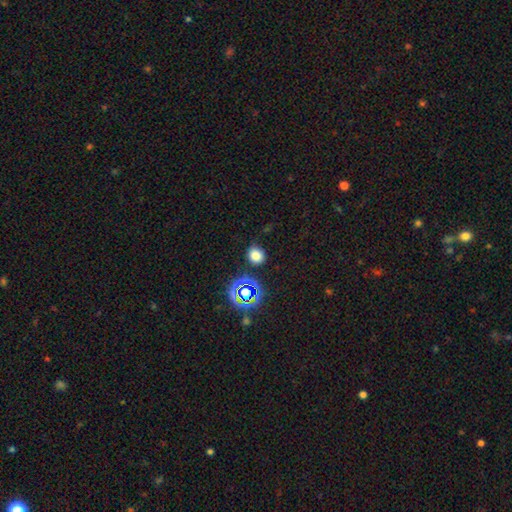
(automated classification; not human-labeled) Morphology: type=smooth (74%); roundness=round (70%); merging=none (81%).